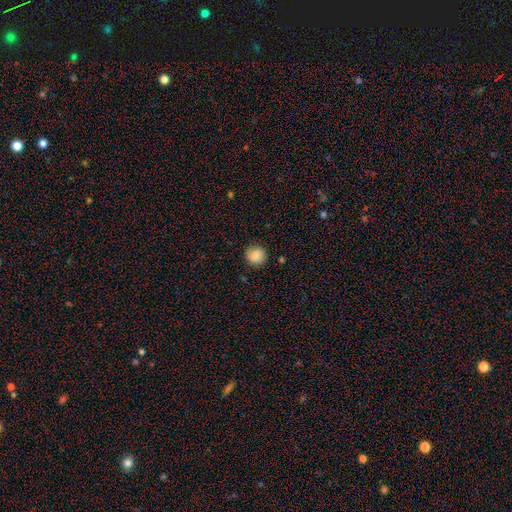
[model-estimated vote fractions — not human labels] Morphology: type=smooth (86%); roundness=round (92%); merging=none (89%).